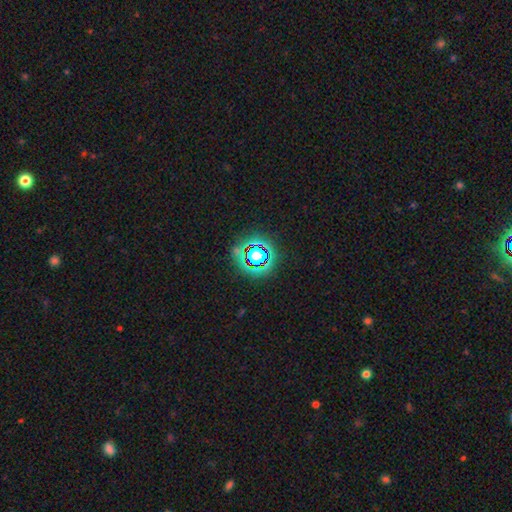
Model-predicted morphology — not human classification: The model was most divided on "smooth or featured": star or artifact: 64%, smooth: 24%, featured or disk: 12%.